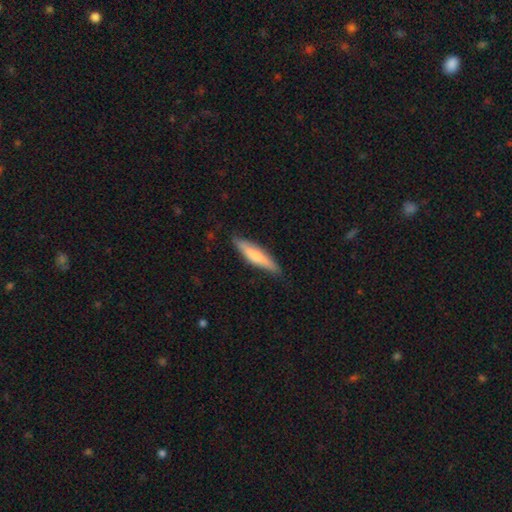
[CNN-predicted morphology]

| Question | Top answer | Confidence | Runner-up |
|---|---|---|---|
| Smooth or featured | smooth | 62% | featured or disk (33%) |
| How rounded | cigar-shaped | 80% | in between (18%) |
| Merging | none | 81% | minor disturbance (15%) |